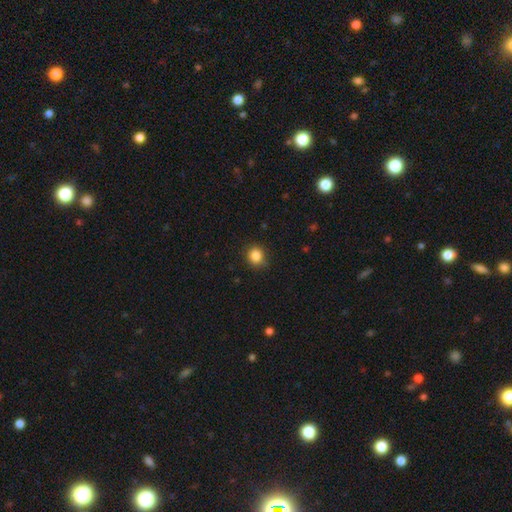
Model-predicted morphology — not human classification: smooth 85%, star or artifact 11%, featured or disk 4%. Down the decision tree: how rounded — round (77%); merging — none (80%).